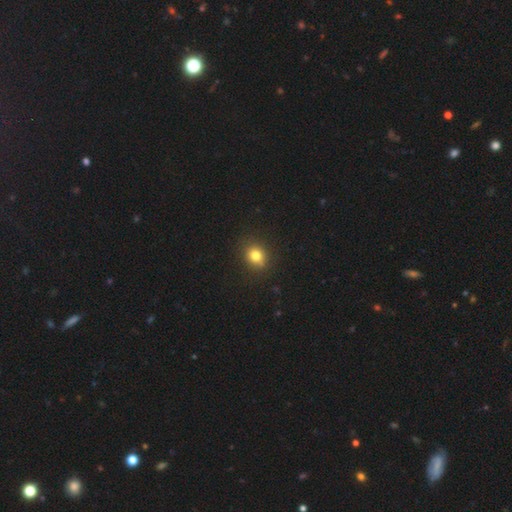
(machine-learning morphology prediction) smooth_or_featured: smooth (p=0.79) [alt: star or artifact p=0.13]
how_rounded: round (p=0.67) [alt: in between p=0.32]
merging: none (p=0.84) [alt: minor disturbance p=0.11]